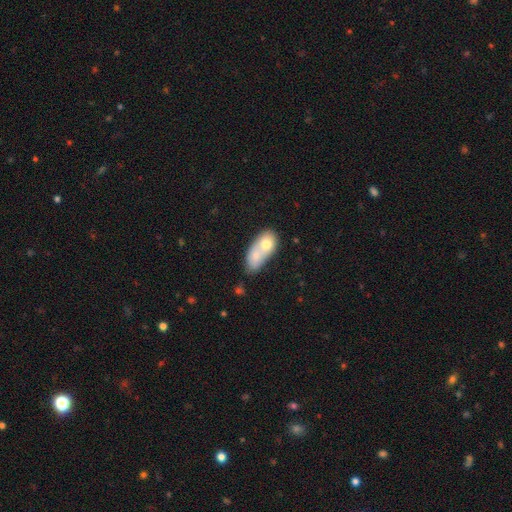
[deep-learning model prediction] A smooth galaxy with no disk features (67%) that is in between round and cigar-shaped (78%). Merging: merger (70%).